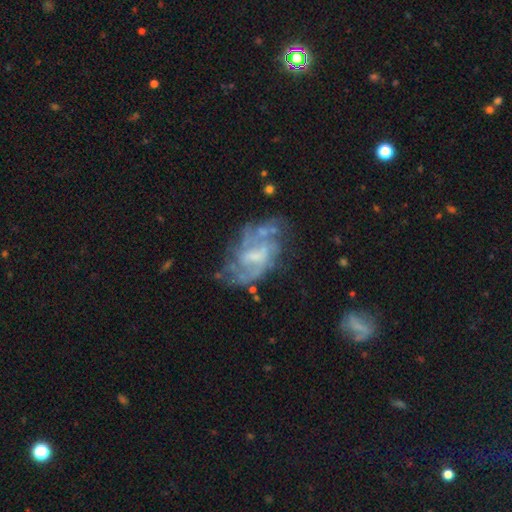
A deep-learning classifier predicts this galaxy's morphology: This appears to be a featured or disk galaxy (78%) with a weak bar (52%), medium (44%) spiral arms (75%) and a small central bulge (36%). Merging: none (49%).